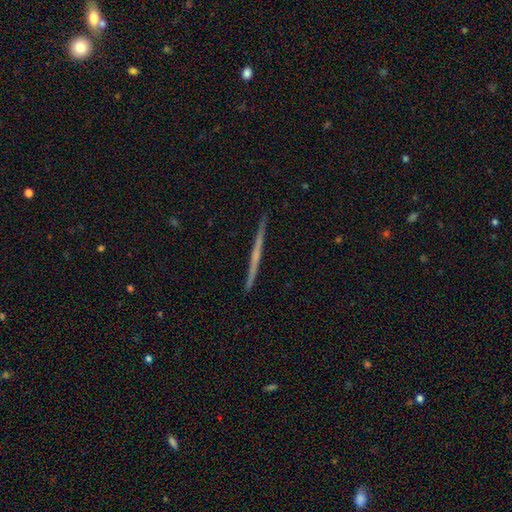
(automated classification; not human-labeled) featured or disk 68%, smooth 26%, star or artifact 6%. Down the decision tree: edge-on disk — yes (98%); edge-on bulge — none (74%); merging — none (92%).